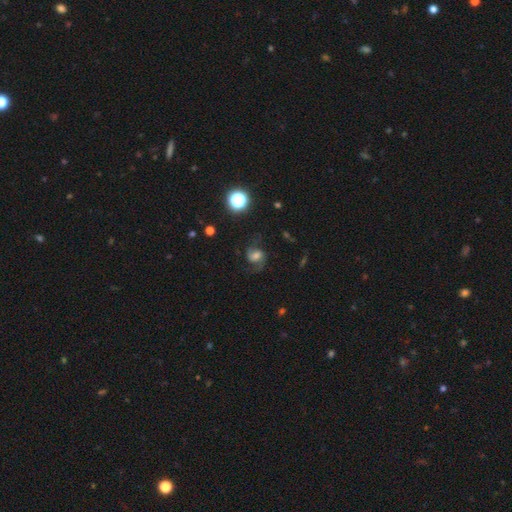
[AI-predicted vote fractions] This appears to be a featured or disk galaxy (64%) with no bar (44%), 2 (86%) medium (47%) spiral arms (93%) and a moderate central bulge (42%). Merging: none (66%).